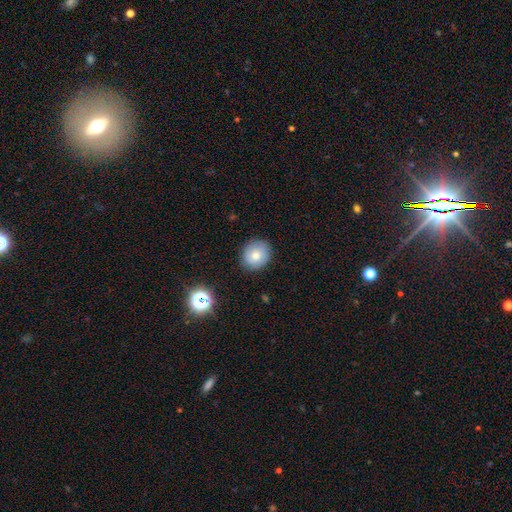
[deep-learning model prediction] A smooth galaxy with no disk features (73%) that is round (77%).

Vote fractions:
- Smooth or featured? smooth: 73% / featured or disk: 16% / star or artifact: 11%
- How rounded? round: 77% / in between: 22% / cigar-shaped: 1%
- Merging? none: 85% / minor disturbance: 11% / major disturbance: 2% / merger: 1%